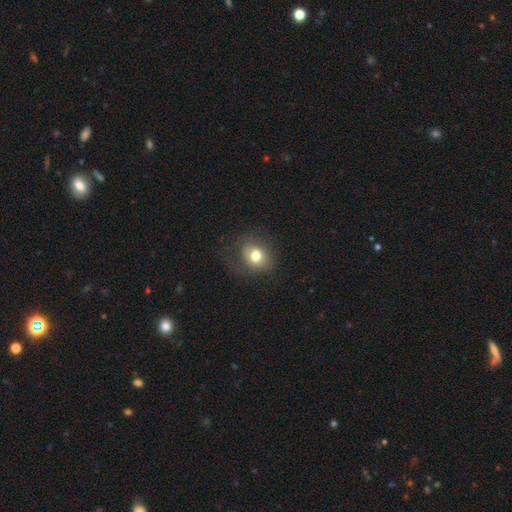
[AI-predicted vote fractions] A smooth galaxy with no disk features (73%) that is round (68%). Merging: none (65%).